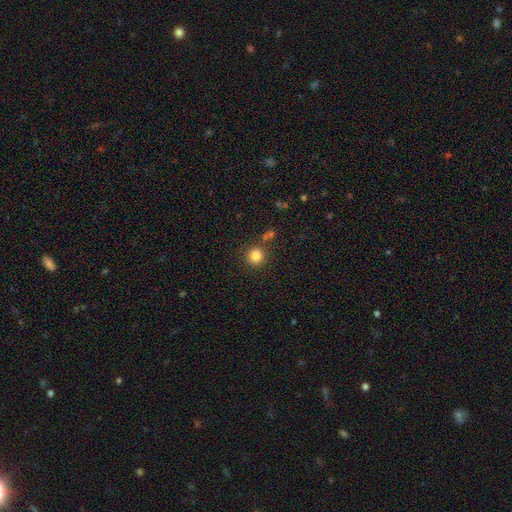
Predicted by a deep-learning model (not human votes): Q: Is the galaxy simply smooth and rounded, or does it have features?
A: smooth — 83%.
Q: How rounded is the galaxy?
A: round — 93%.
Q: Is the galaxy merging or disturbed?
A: none — 82%.